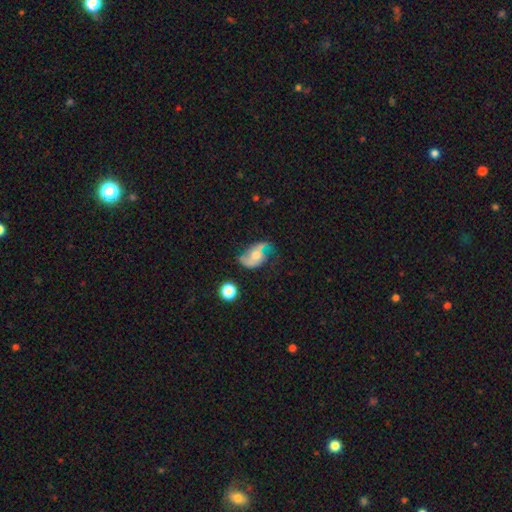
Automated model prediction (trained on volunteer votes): Smooth or featured? featured or disk (67%)
Edge-on disk? no (96%)
Bar? no (66%)
Spiral arms? yes (85%)
Spiral winding? loose (55%)
Spiral arm count? 2 (80%)
Bulge size? moderate (58%)
Merging? none (45%)